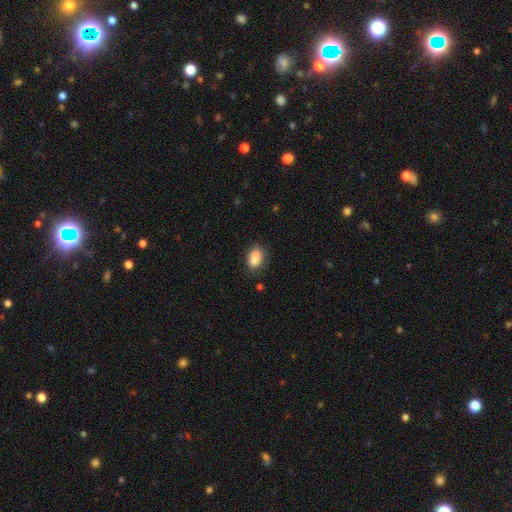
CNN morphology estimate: Smooth or featured?
  - smooth: 82% *
  - featured or disk: 9%
  - star or artifact: 9%
How rounded?
  - in between: 85% *
  - round: 11%
  - cigar-shaped: 4%
Merging?
  - none: 56% *
  - minor disturbance: 22%
  - merger: 17%
  - major disturbance: 6%